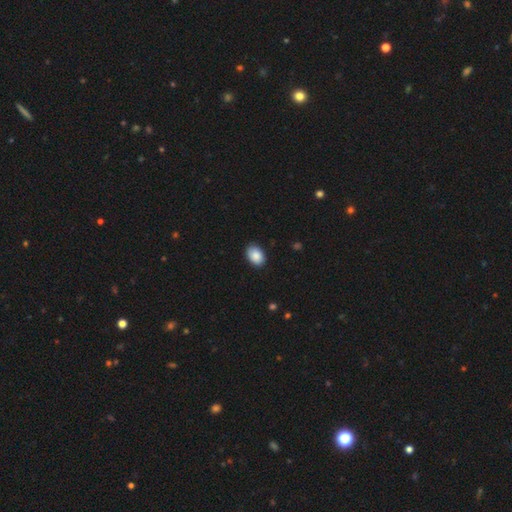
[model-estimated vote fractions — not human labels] Q: Smooth or featured?
A: smooth (89%); runner-up: star or artifact (7%)
Q: How rounded?
A: in between (84%); runner-up: round (15%)
Q: Merging?
A: none (86%); runner-up: minor disturbance (11%)